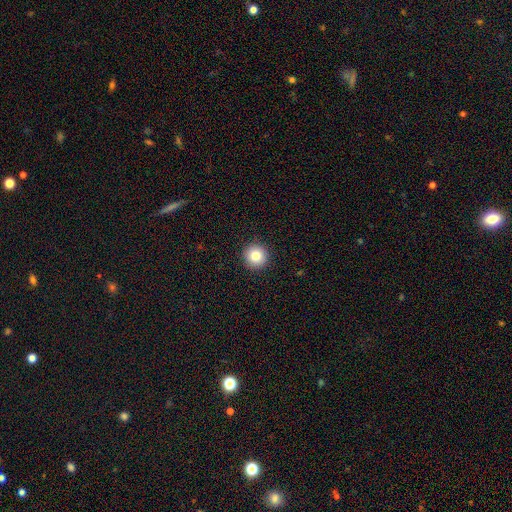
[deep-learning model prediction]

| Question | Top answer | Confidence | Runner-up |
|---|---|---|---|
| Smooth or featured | smooth | 81% | star or artifact (11%) |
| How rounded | round | 95% | in between (4%) |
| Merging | none | 93% | minor disturbance (4%) |